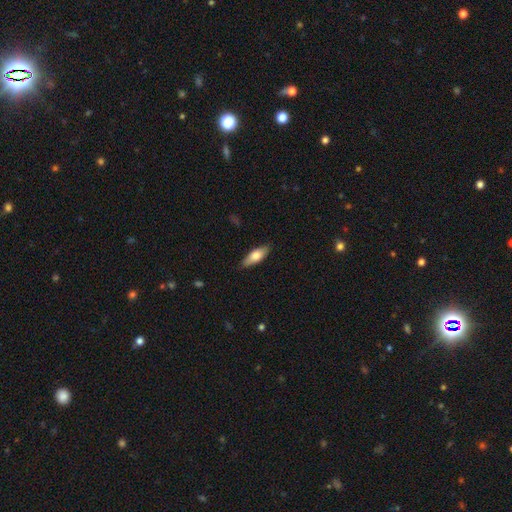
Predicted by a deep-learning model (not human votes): Smooth or featured? smooth (72%)
How rounded? in between (67%)
Merging? none (85%)